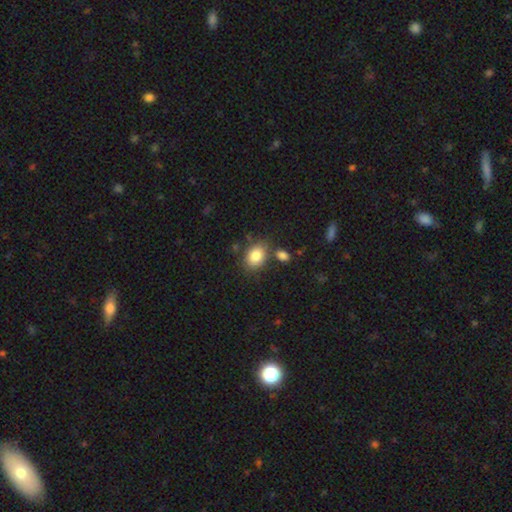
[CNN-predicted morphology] This appears to be a smooth galaxy with no disk features (84%) that is in between round and cigar-shaped (68%). Merging: none (70%).